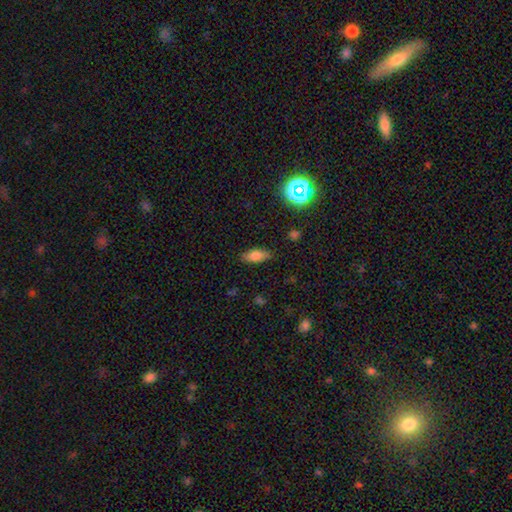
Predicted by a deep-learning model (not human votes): Smooth or featured? smooth (77%)
How rounded? in between (79%)
Merging? none (82%)